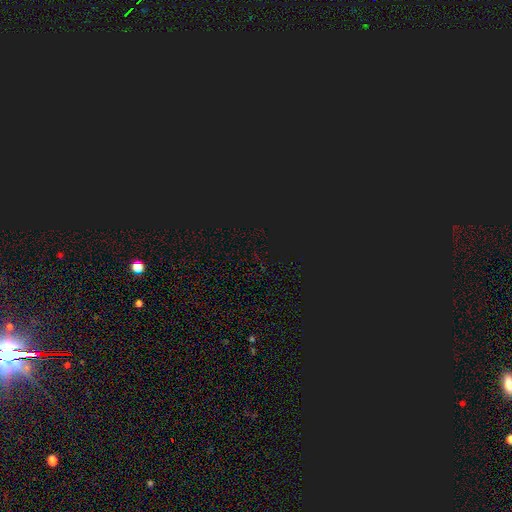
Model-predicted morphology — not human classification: Smooth or featured? Predicted: star or artifact (p=0.81).